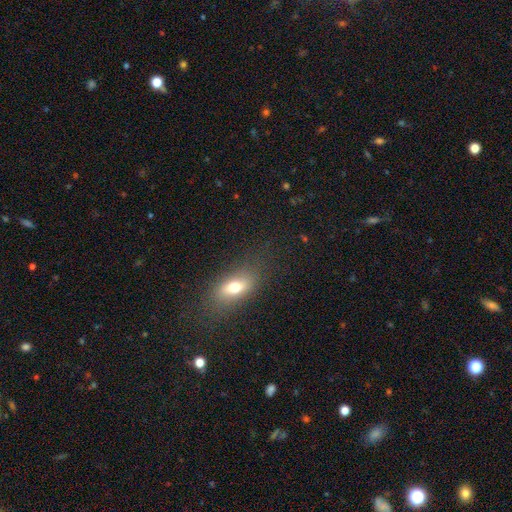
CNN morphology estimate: This is likely a smooth galaxy (65%). How rounded: likely in between (76%). Merging: clearly none (85%).